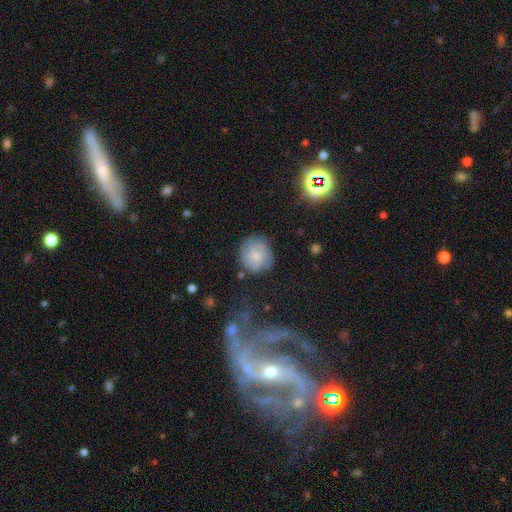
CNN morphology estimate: A smooth galaxy with no disk features (69%) that is round (87%).

Vote fractions:
- Smooth or featured? smooth: 69% / featured or disk: 23% / star or artifact: 8%
- How rounded? round: 87% / in between: 12% / cigar-shaped: 1%
- Merging? none: 75% / minor disturbance: 18% / major disturbance: 6% / merger: 2%